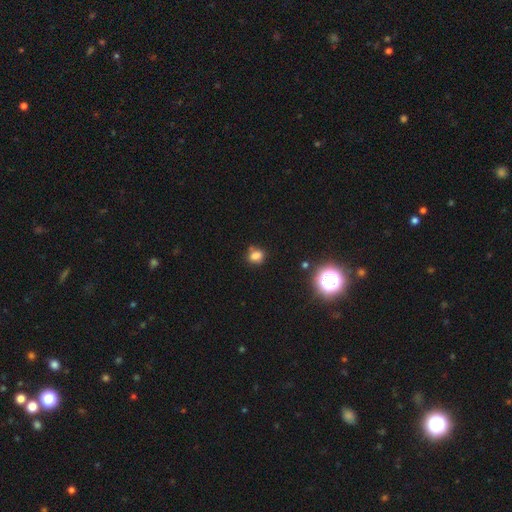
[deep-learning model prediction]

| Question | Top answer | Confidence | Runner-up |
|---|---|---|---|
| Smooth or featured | smooth | 75% | star or artifact (16%) |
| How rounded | round | 54% | in between (44%) |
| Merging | none | 63% | minor disturbance (22%) |